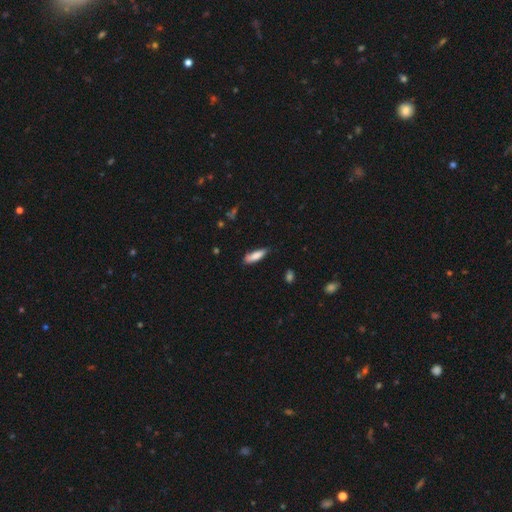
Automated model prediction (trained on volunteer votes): This appears to be a smooth galaxy with no disk features (83%) that is cigar-shaped (56%). Merging: none (75%).